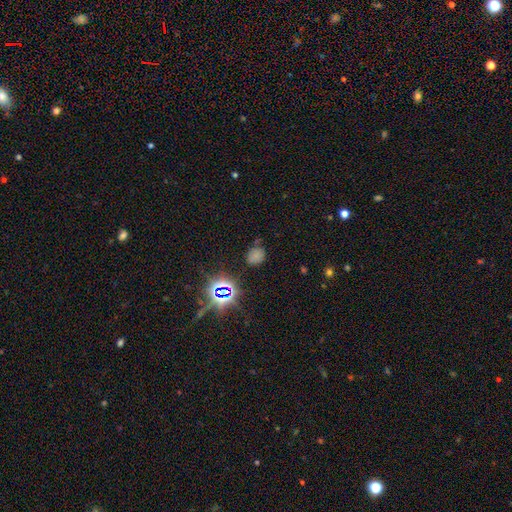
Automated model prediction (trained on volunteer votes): This is possibly a smooth galaxy (59%). How rounded: possibly round (53%). Merging: likely none (70%).